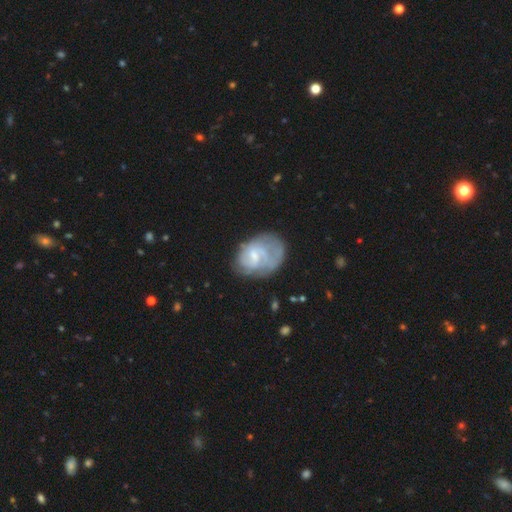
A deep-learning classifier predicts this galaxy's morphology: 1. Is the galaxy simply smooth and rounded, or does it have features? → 59% featured or disk, 33% smooth, 7% star or artifact.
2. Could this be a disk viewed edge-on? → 97% no, 3% yes.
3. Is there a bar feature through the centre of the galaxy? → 47% weak, 44% no, 9% strong.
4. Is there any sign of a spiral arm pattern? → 64% yes, 36% no.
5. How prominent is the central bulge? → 47% small, 31% moderate, 19% none, 3% large, 1% dominant.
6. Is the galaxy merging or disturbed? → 42% none, 27% minor disturbance, 26% major disturbance, 4% merger.